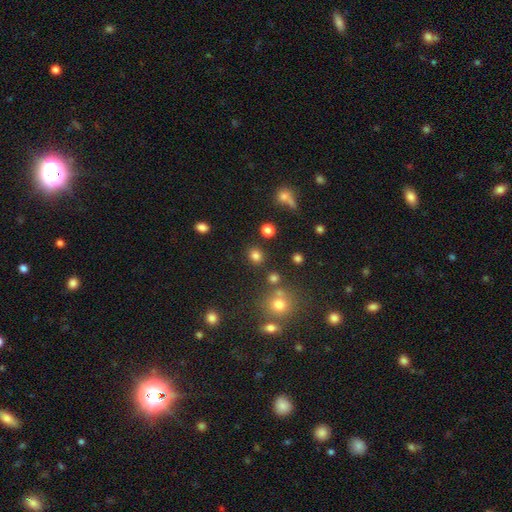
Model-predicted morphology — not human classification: The model was most divided on "how rounded": round: 79%, in between: 20%, cigar-shaped: 1%. More confident: merging — none (84%); smooth or featured — smooth (78%).